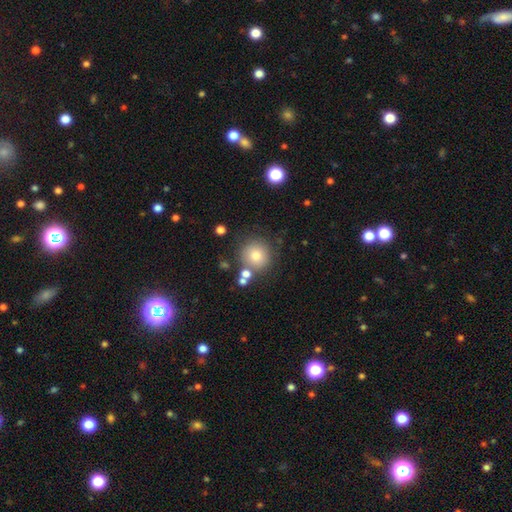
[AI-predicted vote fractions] A smooth galaxy with no disk features (77%) that is round (92%). Merging: none (73%).